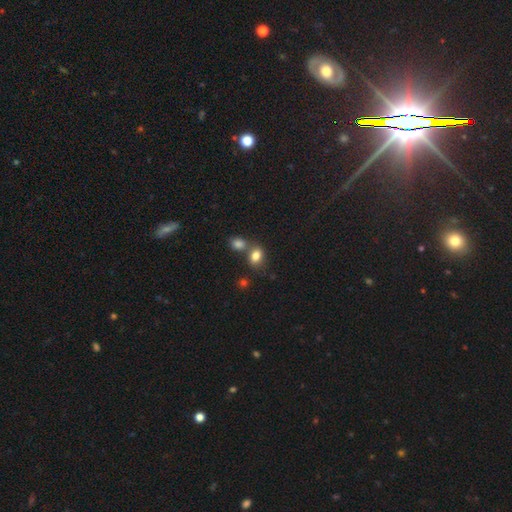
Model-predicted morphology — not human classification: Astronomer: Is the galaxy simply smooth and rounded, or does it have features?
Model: smooth — 83%.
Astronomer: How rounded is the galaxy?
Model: in between — 70%.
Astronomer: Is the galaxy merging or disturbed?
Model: none — 50% (runner-up: merger, 35%).